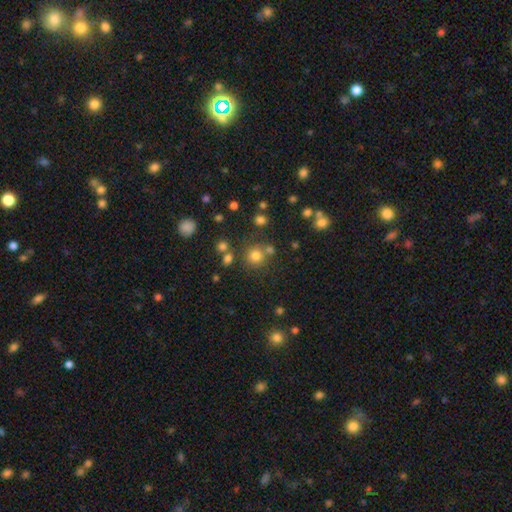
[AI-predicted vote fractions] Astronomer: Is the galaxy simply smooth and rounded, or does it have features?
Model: smooth — 75%.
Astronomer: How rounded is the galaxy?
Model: round — 92%.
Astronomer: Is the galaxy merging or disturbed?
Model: none — 74%.